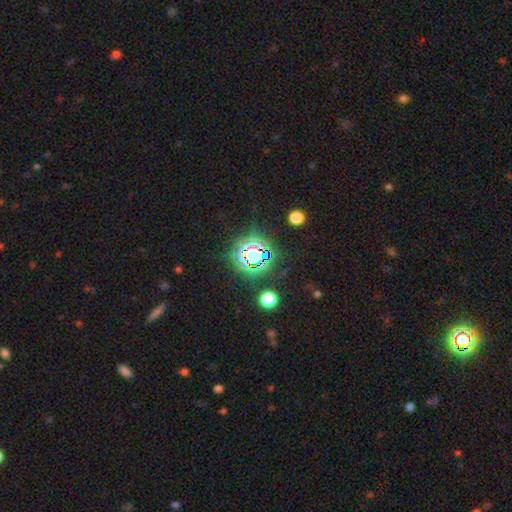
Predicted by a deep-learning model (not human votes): This appears to be a star or artifact, not a galaxy (71%).